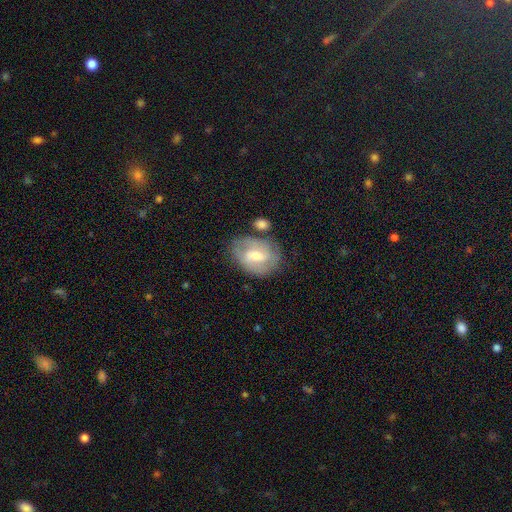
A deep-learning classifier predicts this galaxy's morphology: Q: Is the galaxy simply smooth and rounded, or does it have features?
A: featured or disk — 64%.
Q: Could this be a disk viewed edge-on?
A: no — 96%.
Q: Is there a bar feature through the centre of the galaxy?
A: weak — 56%.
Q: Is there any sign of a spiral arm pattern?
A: yes — 79%.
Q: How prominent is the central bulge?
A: moderate — 63%.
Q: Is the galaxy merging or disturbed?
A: none — 65%.